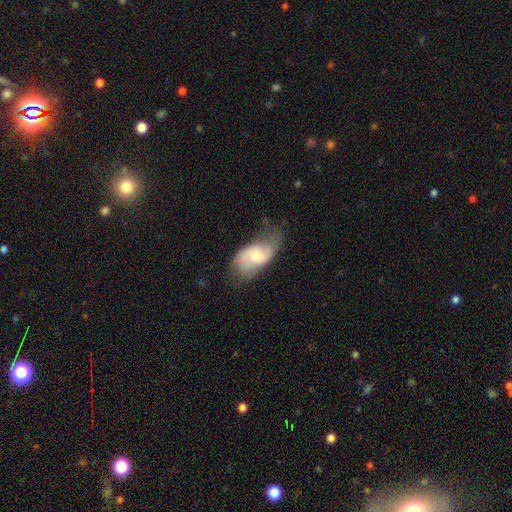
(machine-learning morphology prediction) Smooth or featured? featured or disk (52%)
Edge-on disk? no (94%)
Merging? none (49%)